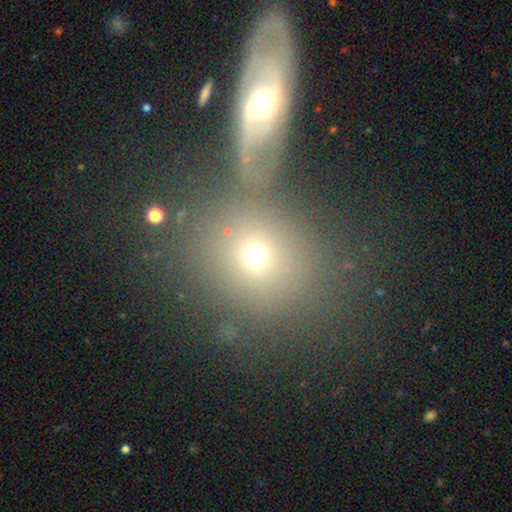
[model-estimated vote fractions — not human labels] The model was most divided on "merging": none: 51%, merger: 30%, minor disturbance: 11%, major disturbance: 8%. More confident: how rounded — round (70%); smooth or featured — smooth (67%).